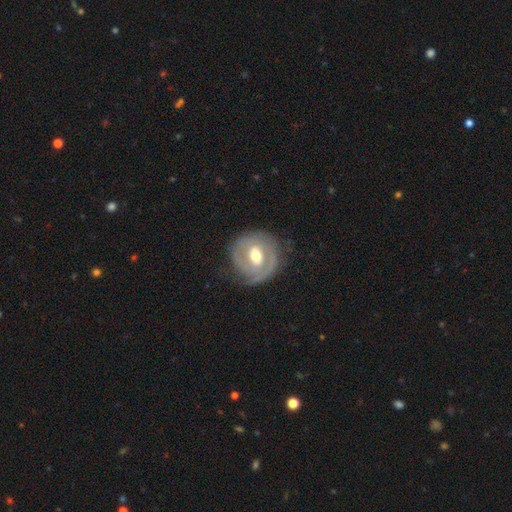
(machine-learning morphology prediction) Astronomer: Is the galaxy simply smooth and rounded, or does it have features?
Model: featured or disk — 76%.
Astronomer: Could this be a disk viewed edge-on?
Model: no — 96%.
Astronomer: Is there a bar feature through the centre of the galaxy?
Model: weak — 47% (runner-up: no, 30%).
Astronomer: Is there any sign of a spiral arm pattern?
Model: yes — 76%.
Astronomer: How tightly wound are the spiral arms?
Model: tight — 64%.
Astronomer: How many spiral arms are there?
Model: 2 — 53%.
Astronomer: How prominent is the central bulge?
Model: moderate — 75%.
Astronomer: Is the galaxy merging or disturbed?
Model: none — 74%.